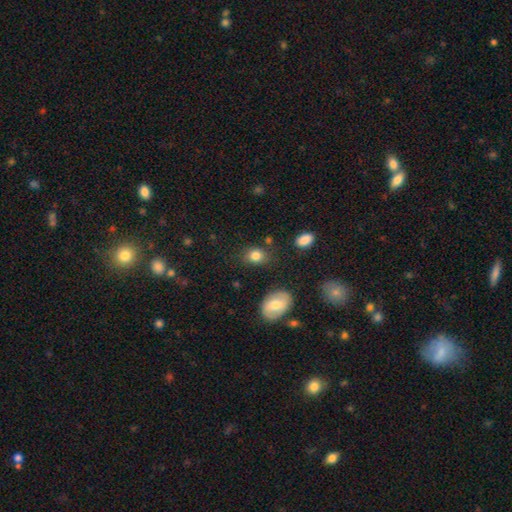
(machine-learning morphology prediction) Smooth or featured: smooth — 83% (star or artifact — 10%)
How rounded: round — 50% (in between — 49%)
Merging: none — 76% (minor disturbance — 15%)